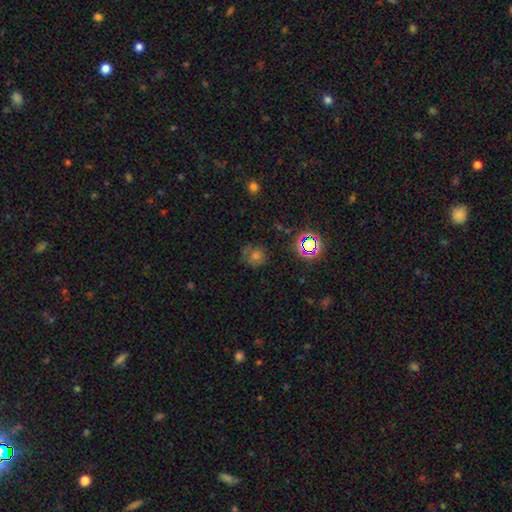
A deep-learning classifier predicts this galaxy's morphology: Overall: smooth (54%; star or artifact 33%). How rounded: round (83%). Merging: none (68%).